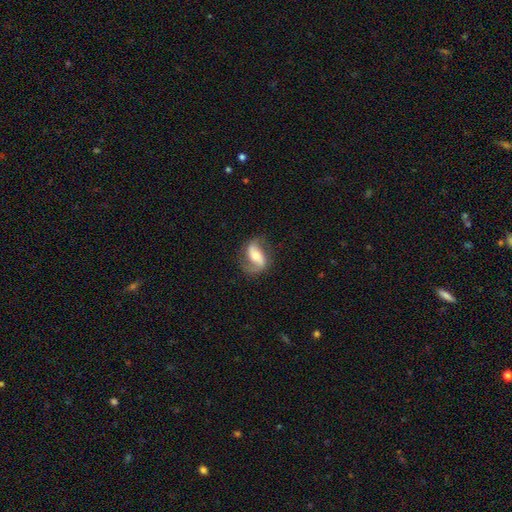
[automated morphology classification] This appears to be a featured or disk galaxy (75%) with a strong bar (38%), 2 (86%) loose (51%) spiral arms (92%) and a moderate central bulge (58%). Merging: none (72%).